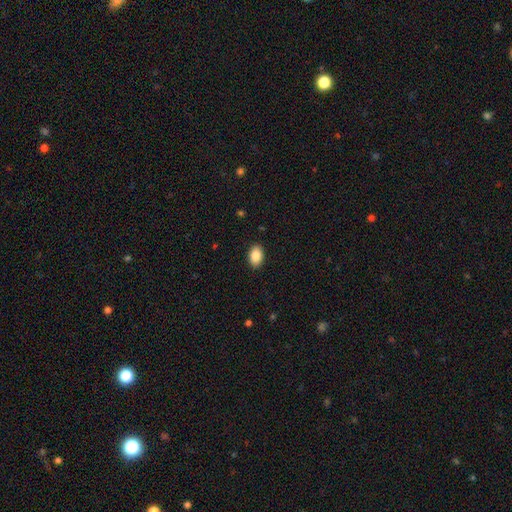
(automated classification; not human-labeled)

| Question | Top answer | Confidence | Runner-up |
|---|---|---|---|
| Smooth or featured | smooth | 86% | star or artifact (8%) |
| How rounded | in between | 88% | round (11%) |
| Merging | none | 90% | minor disturbance (7%) |